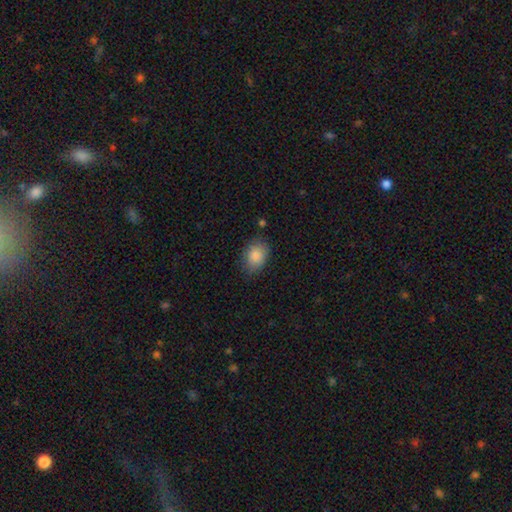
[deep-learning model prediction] smooth 87%, star or artifact 7%, featured or disk 6%. Down the decision tree: how rounded — in between (72%); merging — none (76%).